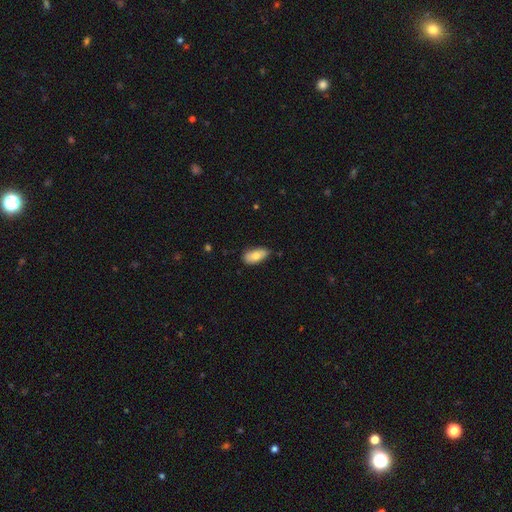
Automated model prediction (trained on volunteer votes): A smooth galaxy with no disk features (74%) that is in between round and cigar-shaped (90%).

Vote fractions:
- Smooth or featured? smooth: 74% / featured or disk: 19% / star or artifact: 7%
- How rounded? in between: 90% / cigar-shaped: 7% / round: 3%
- Merging? none: 72% / minor disturbance: 24% / major disturbance: 3% / merger: 2%